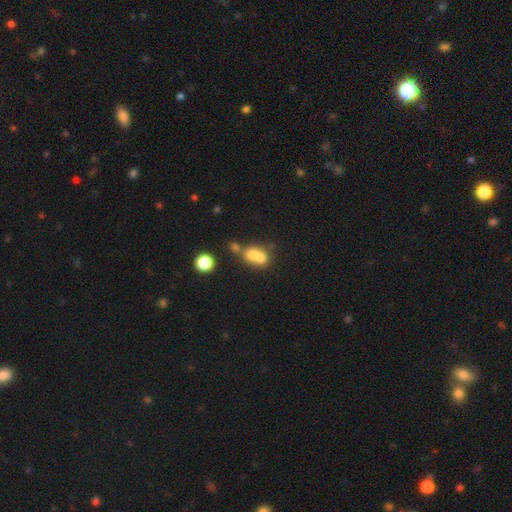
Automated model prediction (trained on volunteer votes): The model was most divided on "how rounded": in between: 49%, round: 48%, cigar-shaped: 3%. More confident: smooth or featured — smooth (67%); merging — merger (64%).